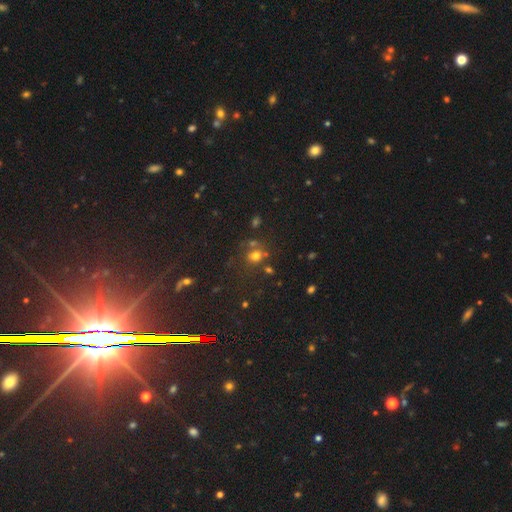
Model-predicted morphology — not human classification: This appears to be a smooth galaxy with no disk features (63%) that is round (71%). Merging: none (57%).